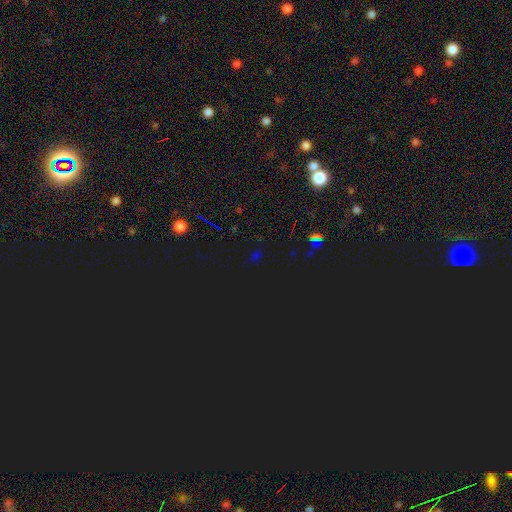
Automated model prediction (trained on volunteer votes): Q: Smooth or featured?
A: star or artifact (72%); runner-up: smooth (22%)